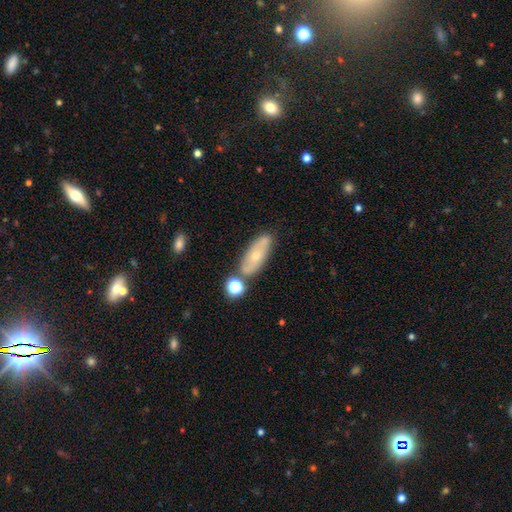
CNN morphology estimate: Q: Smooth or featured?
A: smooth (53%); runner-up: featured or disk (39%)
Q: How rounded?
A: in between (71%); runner-up: cigar-shaped (25%)
Q: Merging?
A: none (66%); runner-up: minor disturbance (17%)